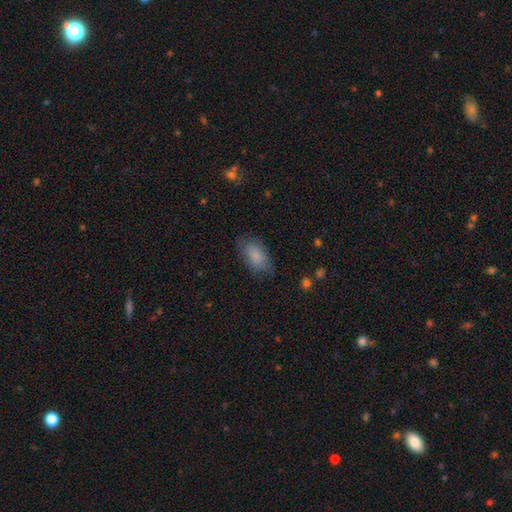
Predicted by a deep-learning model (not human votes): Smooth or featured: smooth — 84% (featured or disk — 9%)
How rounded: in between — 91% (round — 5%)
Merging: none — 71% (minor disturbance — 21%)